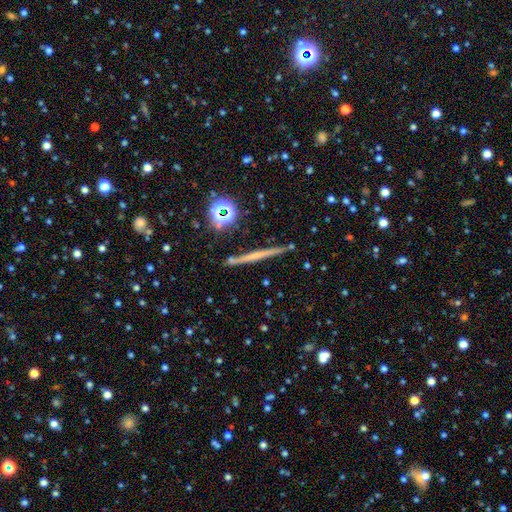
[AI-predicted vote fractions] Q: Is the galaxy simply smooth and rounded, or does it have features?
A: featured or disk — 51%.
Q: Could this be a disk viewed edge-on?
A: yes — 97%.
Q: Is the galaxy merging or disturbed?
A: none — 88%.